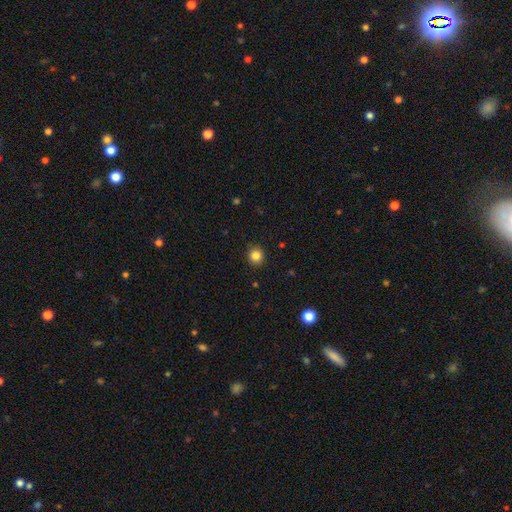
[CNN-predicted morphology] smooth-or-featured: smooth: 85% | star or artifact: 11% | featured or disk: 4%
  how-rounded: round: 88% | in between: 11% | cigar-shaped: 1%
  merging: none: 90% | minor disturbance: 7% | major disturbance: 2% | merger: 1%